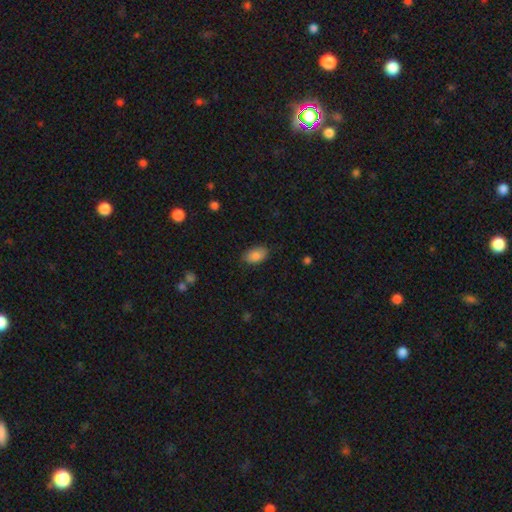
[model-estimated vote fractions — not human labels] smooth_or_featured: smooth (p=0.87) [alt: star or artifact p=0.07]
how_rounded: in between (p=0.92) [alt: round p=0.07]
merging: none (p=0.81) [alt: minor disturbance p=0.14]